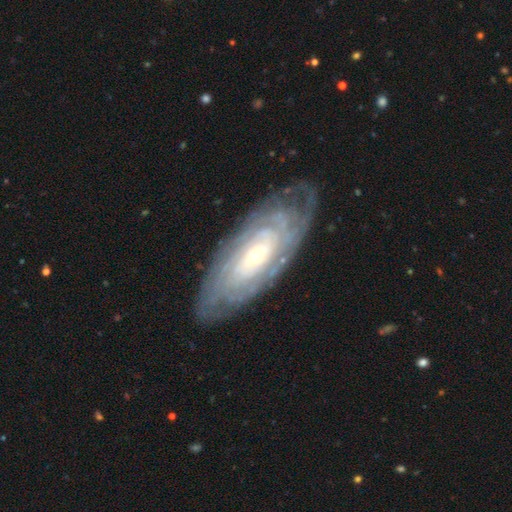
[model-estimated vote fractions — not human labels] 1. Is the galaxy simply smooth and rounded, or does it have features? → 84% featured or disk, 11% smooth, 5% star or artifact.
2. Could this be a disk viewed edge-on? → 90% no, 10% yes.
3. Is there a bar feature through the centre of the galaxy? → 74% no, 18% weak, 7% strong.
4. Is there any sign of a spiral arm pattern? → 91% yes, 9% no.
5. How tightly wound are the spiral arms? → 82% tight, 14% medium, 4% loose.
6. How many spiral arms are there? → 53% can't tell, 14% more than 4, 12% 4, 9% 2, 8% 3, 5% 1.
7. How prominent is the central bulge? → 67% small, 29% moderate, 2% large, 1% none, 1% dominant.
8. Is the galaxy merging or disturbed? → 79% none, 14% minor disturbance, 5% major disturbance, 1% merger.